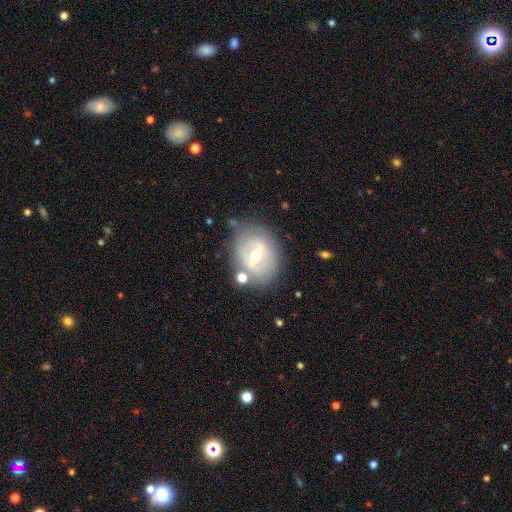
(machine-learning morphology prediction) This is likely a featured or disk galaxy (73%). It is clearly not viewed edge-on (93%). Bar: possibly strong (48%). Spiral arm pattern: likely no (64%). Central bulge: likely moderate (74%). Merging: likely none (72%).